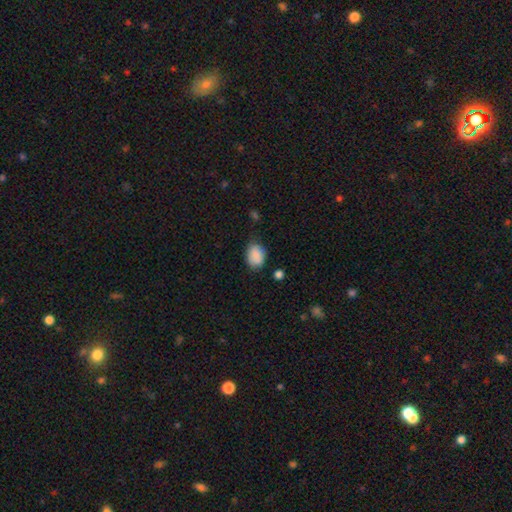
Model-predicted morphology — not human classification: Smooth or featured? Predicted: smooth (p=0.88). How rounded? Predicted: in between (p=0.73). Merging? Predicted: none (p=0.68).